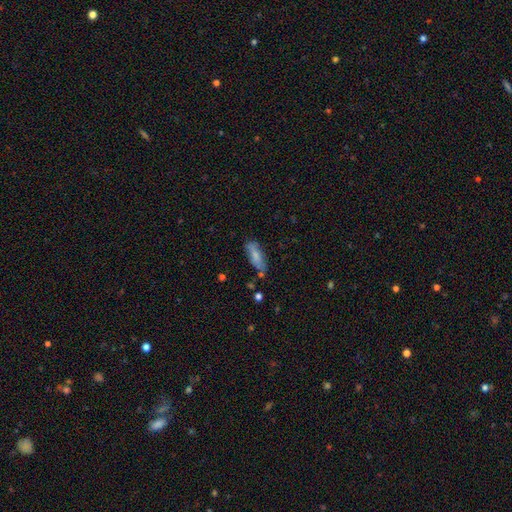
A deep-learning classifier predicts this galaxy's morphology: Smooth or featured? smooth (72%)
How rounded? in between (60%)
Merging? none (58%)